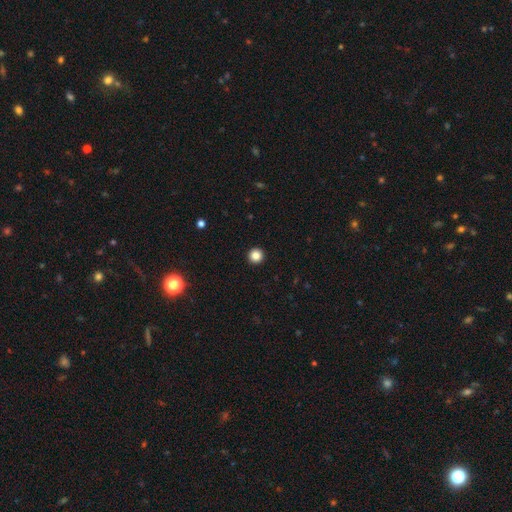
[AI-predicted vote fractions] This appears to be a smooth galaxy with no disk features (85%) that is round (96%). Merging: none (94%).